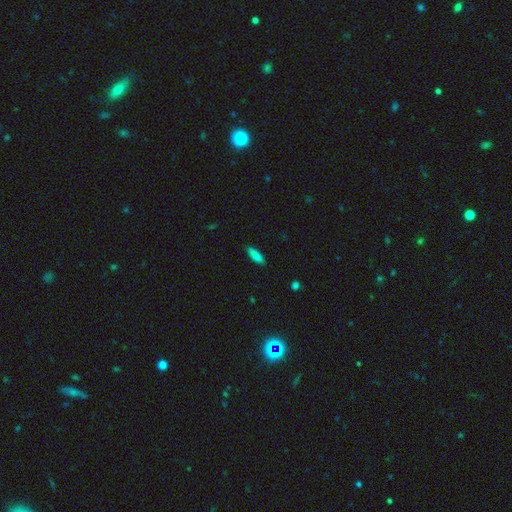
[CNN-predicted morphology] This is clearly a smooth galaxy (84%). How rounded: possibly in between (53%). Merging: clearly none (87%).